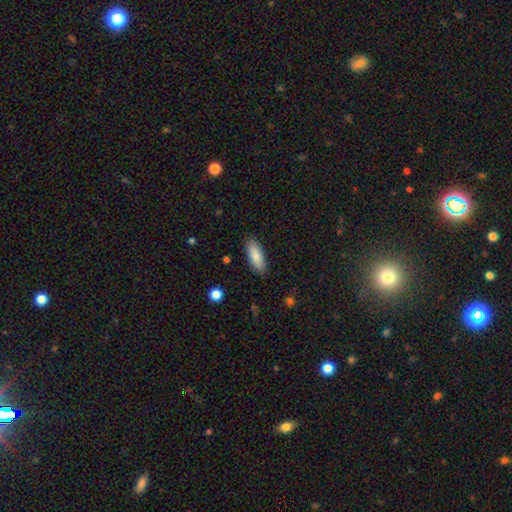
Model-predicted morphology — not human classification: Smooth or featured? smooth (85%)
How rounded? in between (67%)
Merging? none (87%)